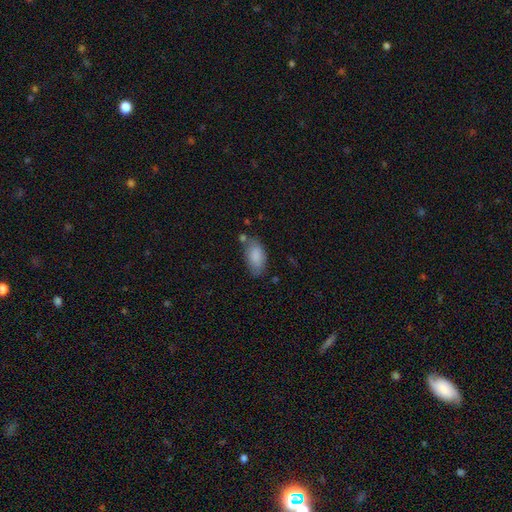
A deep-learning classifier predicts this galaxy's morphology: Smooth or featured: smooth — 85% (featured or disk — 9%)
How rounded: in between — 94% (cigar-shaped — 3%)
Merging: none — 61% (minor disturbance — 24%)